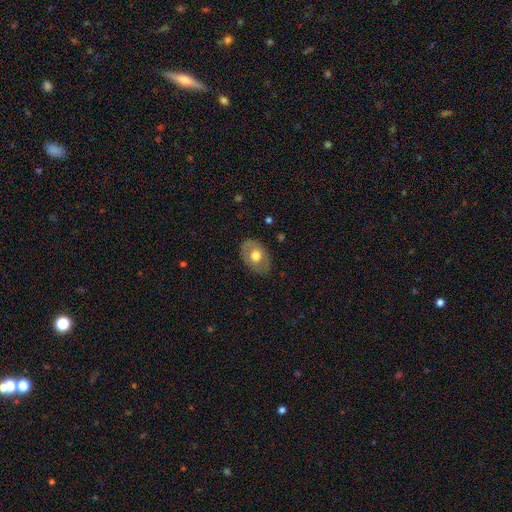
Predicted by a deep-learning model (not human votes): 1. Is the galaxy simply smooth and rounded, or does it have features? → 56% smooth, 38% featured or disk, 6% star or artifact.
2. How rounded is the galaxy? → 76% in between, 22% round, 1% cigar-shaped.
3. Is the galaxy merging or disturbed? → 80% none, 15% minor disturbance, 4% major disturbance, 1% merger.